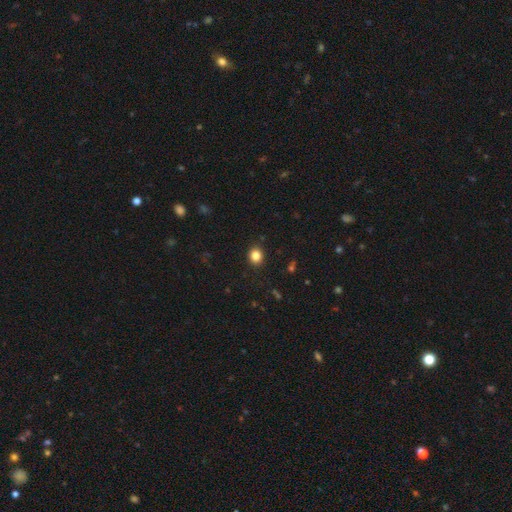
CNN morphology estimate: The model was most divided on "how rounded": round: 80%, in between: 19%, cigar-shaped: 1%. More confident: merging — none (91%); smooth or featured — smooth (84%).